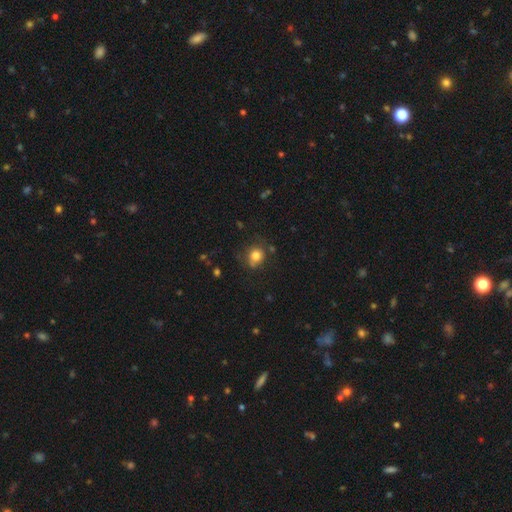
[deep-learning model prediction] Q: Smooth or featured?
A: smooth (80%); runner-up: star or artifact (11%)
Q: How rounded?
A: round (77%); runner-up: in between (22%)
Q: Merging?
A: none (68%); runner-up: minor disturbance (21%)